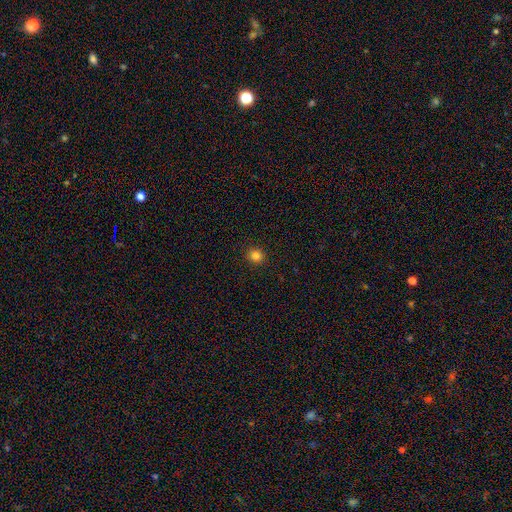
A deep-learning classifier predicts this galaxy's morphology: A smooth galaxy with no disk features (83%) that is round (83%).

Vote fractions:
- Smooth or featured? smooth: 83% / star or artifact: 13% / featured or disk: 4%
- How rounded? round: 83% / in between: 16% / cigar-shaped: 1%
- Merging? none: 92% / minor disturbance: 6% / major disturbance: 2% / merger: 1%